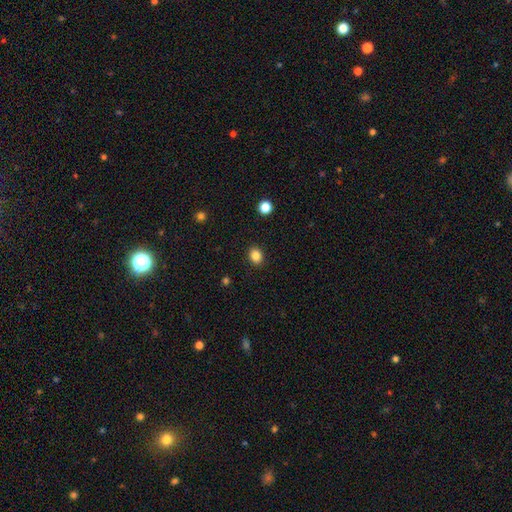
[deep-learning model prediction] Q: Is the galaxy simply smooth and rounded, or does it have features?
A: smooth — 85%.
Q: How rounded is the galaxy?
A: round — 55%.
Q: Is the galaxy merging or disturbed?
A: none — 90%.